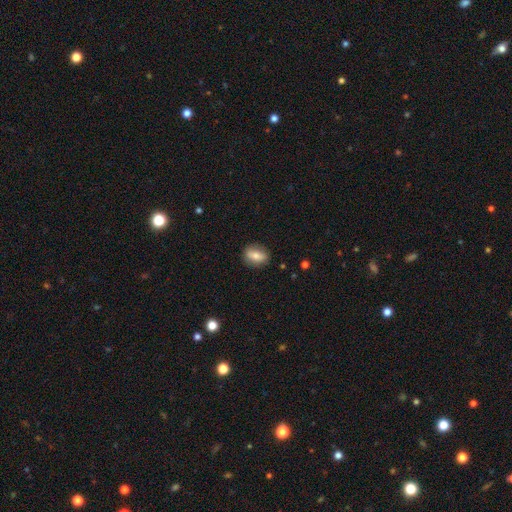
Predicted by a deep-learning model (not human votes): Morphology: type=smooth (70%); roundness=in between (74%); merging=none (84%).